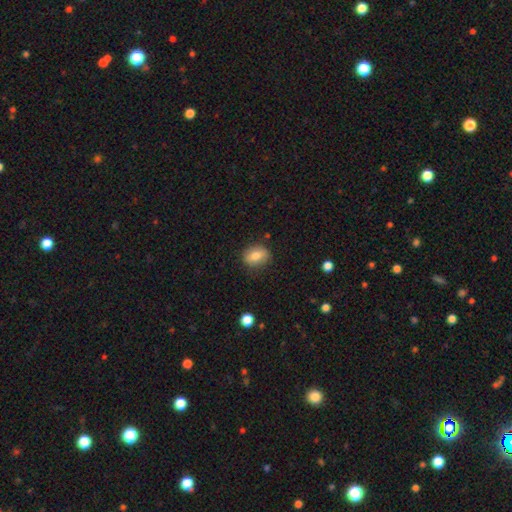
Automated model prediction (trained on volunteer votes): A smooth galaxy with no disk features (78%) that is in between round and cigar-shaped (54%).

Vote fractions:
- Smooth or featured? smooth: 78% / featured or disk: 14% / star or artifact: 9%
- How rounded? in between: 54% / round: 45% / cigar-shaped: 1%
- Merging? none: 80% / minor disturbance: 15% / major disturbance: 3% / merger: 2%